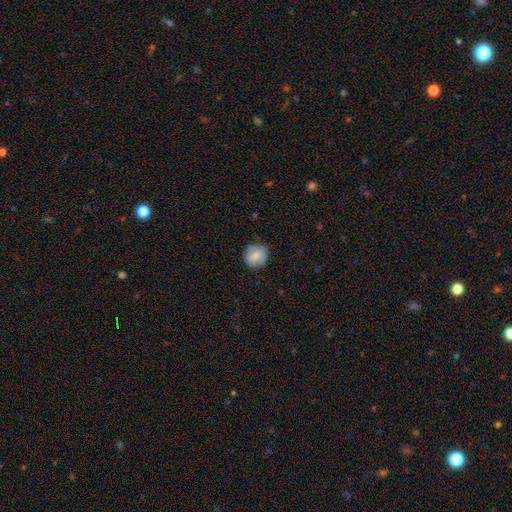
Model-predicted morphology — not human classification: smooth_or_featured: smooth (p=0.83) [alt: featured or disk p=0.10]
how_rounded: round (p=0.89) [alt: in between p=0.10]
merging: none (p=0.85) [alt: minor disturbance p=0.12]